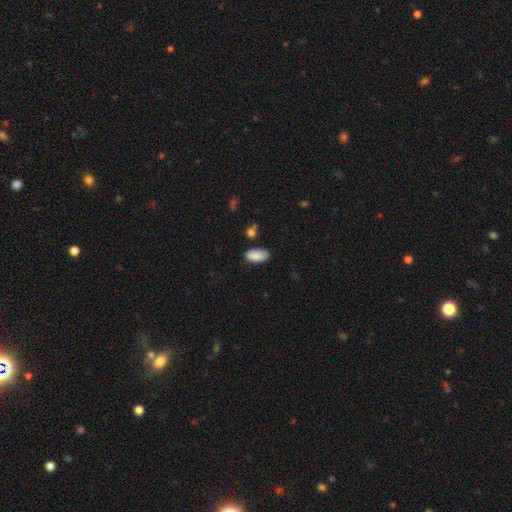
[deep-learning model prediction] smooth-or-featured: smooth: 88% | star or artifact: 7% | featured or disk: 5%
  how-rounded: in between: 93% | cigar-shaped: 5% | round: 2%
  merging: none: 75% | minor disturbance: 17% | merger: 4% | major disturbance: 3%